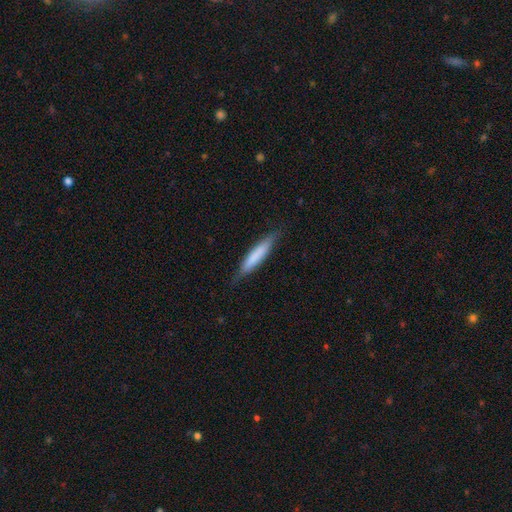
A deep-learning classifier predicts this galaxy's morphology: smooth-or-featured: smooth: 72% | featured or disk: 22% | star or artifact: 5%
  how-rounded: cigar-shaped: 89% | in between: 10% | round: 1%
  merging: none: 83% | minor disturbance: 14% | major disturbance: 3% | merger: 1%